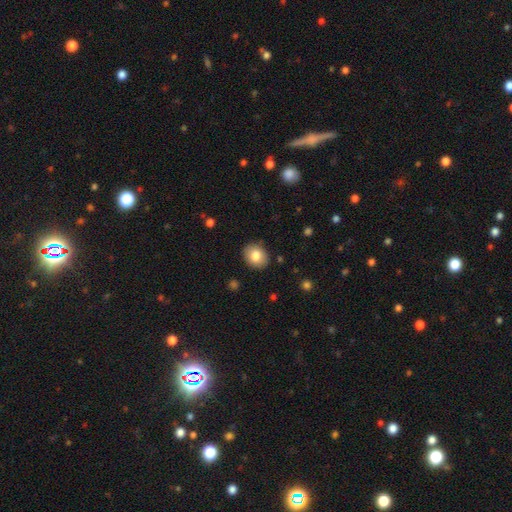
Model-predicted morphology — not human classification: smooth_or_featured: smooth (p=0.81) [alt: featured or disk p=0.11]
how_rounded: round (p=0.57) [alt: in between p=0.42]
merging: none (p=0.88) [alt: minor disturbance p=0.09]